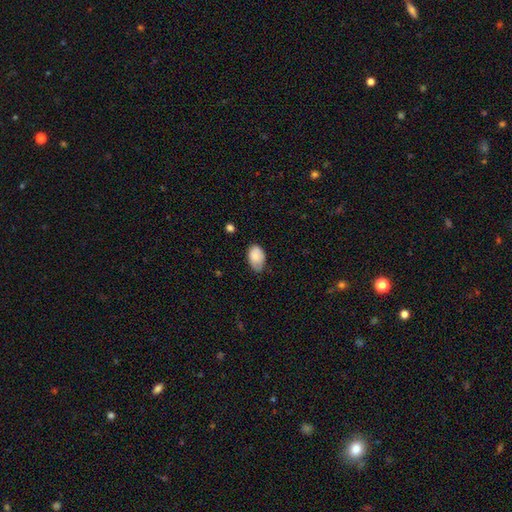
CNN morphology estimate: Smooth or featured: smooth — 84% (featured or disk — 9%)
How rounded: in between — 90% (round — 9%)
Merging: none — 58% (minor disturbance — 35%)